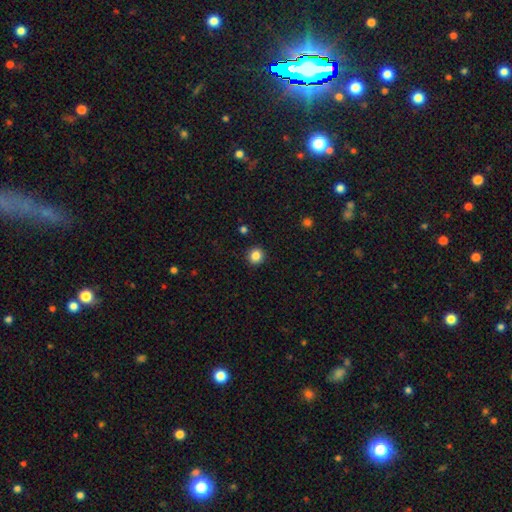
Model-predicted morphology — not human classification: Overall: smooth (85%). How rounded: round (92%). Merging: none (92%).